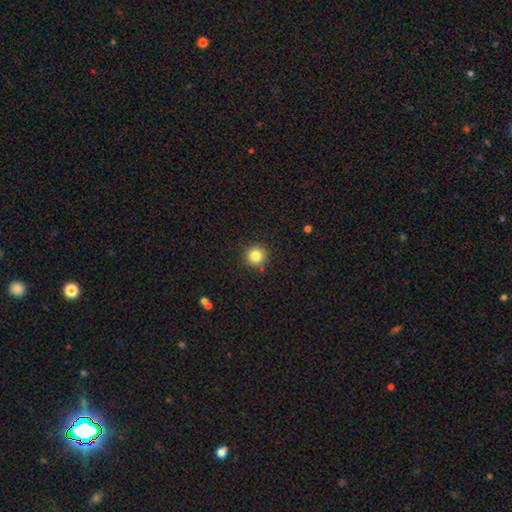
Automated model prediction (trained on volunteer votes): A smooth galaxy with no disk features (84%) that is round (94%).

Vote fractions:
- Smooth or featured? smooth: 84% / star or artifact: 11% / featured or disk: 5%
- How rounded? round: 94% / in between: 5% / cigar-shaped: 1%
- Merging? none: 89% / minor disturbance: 7% / major disturbance: 2% / merger: 2%